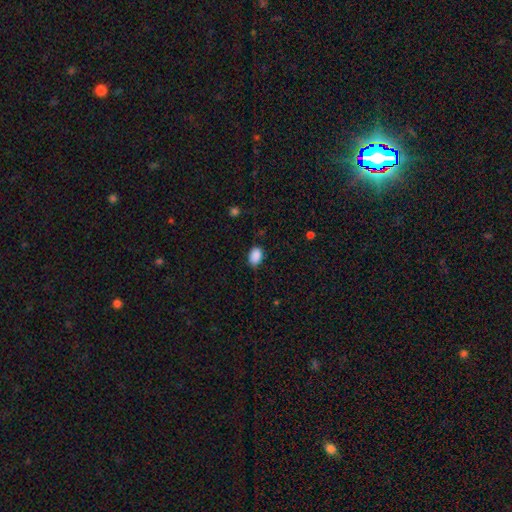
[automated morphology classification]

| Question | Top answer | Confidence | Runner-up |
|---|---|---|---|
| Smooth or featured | smooth | 89% | star or artifact (8%) |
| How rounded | in between | 84% | round (15%) |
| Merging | none | 76% | minor disturbance (20%) |